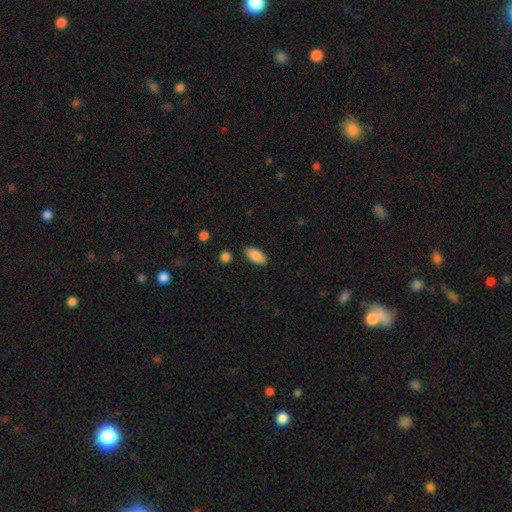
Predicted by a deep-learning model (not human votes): smooth 88%, star or artifact 7%, featured or disk 5%. Down the decision tree: how rounded — in between (91%); merging — none (85%).